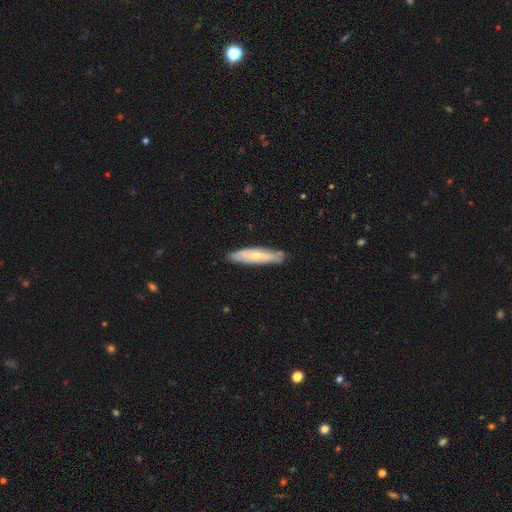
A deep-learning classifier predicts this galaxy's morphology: smooth-or-featured: featured or disk: 52% | smooth: 42% | star or artifact: 6%
  disk-edge-on: yes: 51% | no: 49%
  merging: none: 80% | minor disturbance: 15% | major disturbance: 3% | merger: 2%